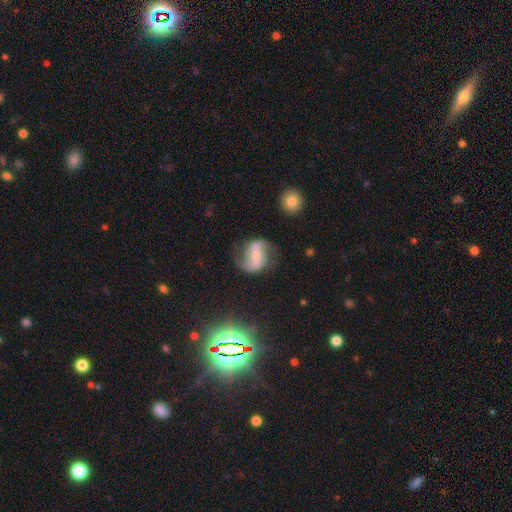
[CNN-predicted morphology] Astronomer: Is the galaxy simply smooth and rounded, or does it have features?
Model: featured or disk — 84%.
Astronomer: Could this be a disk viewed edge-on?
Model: no — 96%.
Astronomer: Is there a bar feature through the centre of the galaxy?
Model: strong — 64%.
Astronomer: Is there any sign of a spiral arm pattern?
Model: yes — 93%.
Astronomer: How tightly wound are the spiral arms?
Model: loose — 55% (runner-up: medium, 34%).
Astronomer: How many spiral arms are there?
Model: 2 — 92%.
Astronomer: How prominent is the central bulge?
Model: small — 55% (runner-up: moderate, 32%).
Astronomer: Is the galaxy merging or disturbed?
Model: none — 75%.